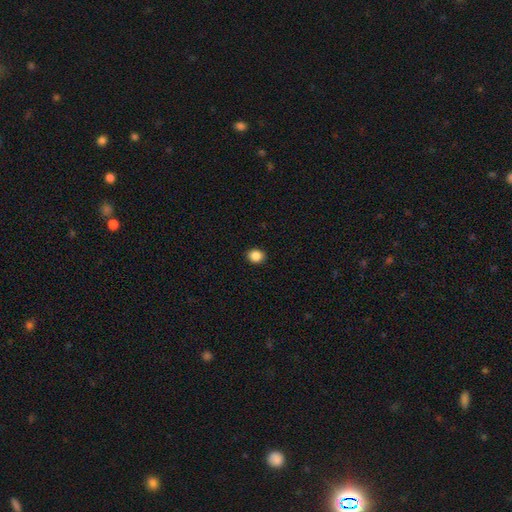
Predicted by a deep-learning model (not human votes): smooth-or-featured: smooth: 87% | star or artifact: 9% | featured or disk: 3%
  how-rounded: round: 68% | in between: 31% | cigar-shaped: 1%
  merging: none: 92% | minor disturbance: 6% | major disturbance: 2% | merger: 1%